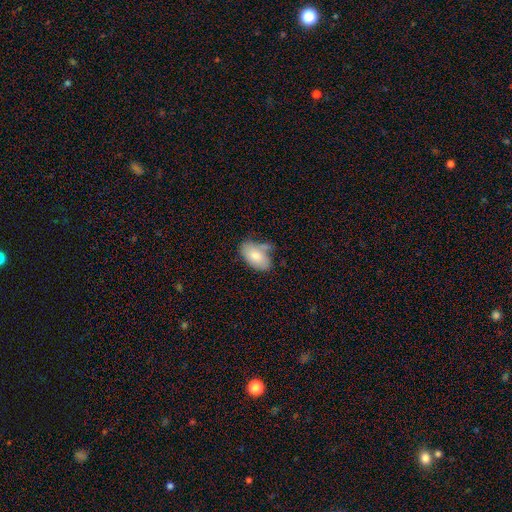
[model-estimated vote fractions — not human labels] smooth-or-featured: smooth: 76% | featured or disk: 17% | star or artifact: 6%
  how-rounded: in between: 93% | round: 6% | cigar-shaped: 2%
  merging: none: 48% | minor disturbance: 28% | merger: 15% | major disturbance: 10%